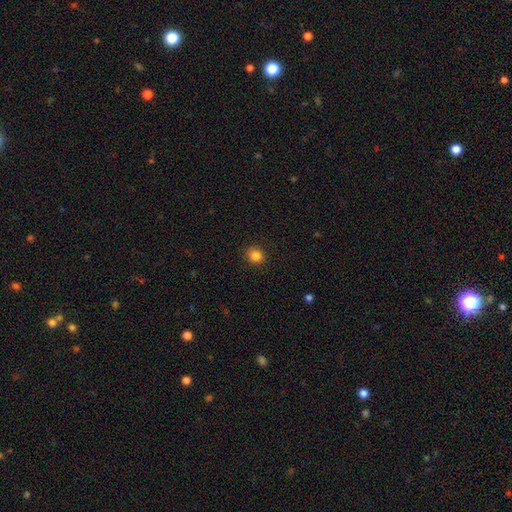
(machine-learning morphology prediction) Overall: smooth (84%). How rounded: round (85%). Merging: none (89%).